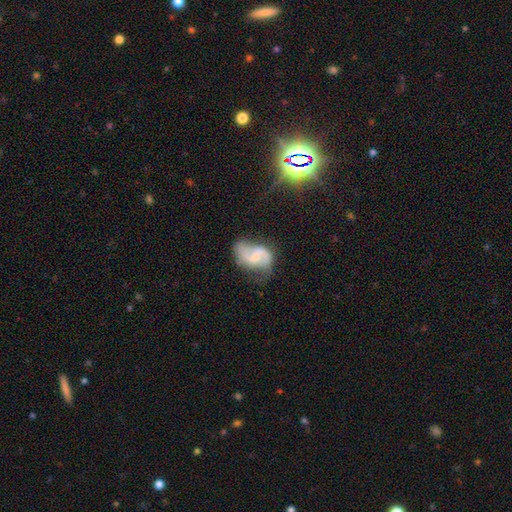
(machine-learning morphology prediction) Smooth or featured?
  - featured or disk: 74% *
  - smooth: 19%
  - star or artifact: 7%
Edge-on disk?
  - no: 98% *
  - yes: 2%
Bar?
  - weak: 50% *
  - no: 35%
  - strong: 14%
Spiral arms?
  - yes: 91% *
  - no: 9%
Spiral winding?
  - loose: 53% *
  - medium: 37%
  - tight: 10%
Spiral arm count?
  - 2: 87% *
  - can't tell: 6%
  - 1: 4%
  - 3: 1%
  - 4: 1%
  - more than 4: 1%
Bulge size?
  - small: 42% *
  - moderate: 27%
  - none: 26%
  - large: 3%
  - dominant: 1%
Merging?
  - none: 51% *
  - minor disturbance: 28%
  - major disturbance: 17%
  - merger: 4%